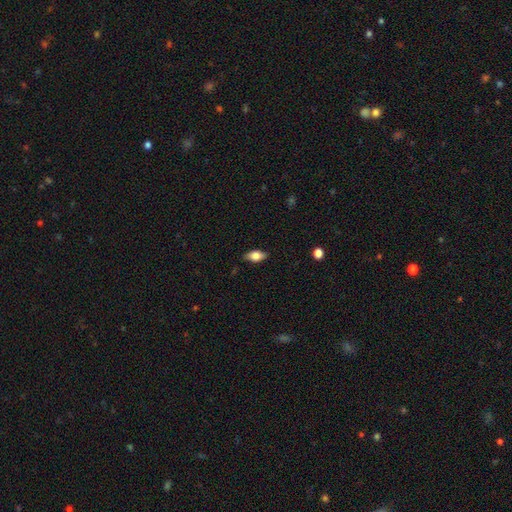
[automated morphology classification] This appears to be a smooth galaxy with no disk features (74%) that is in between round and cigar-shaped (88%). Merging: none (84%).